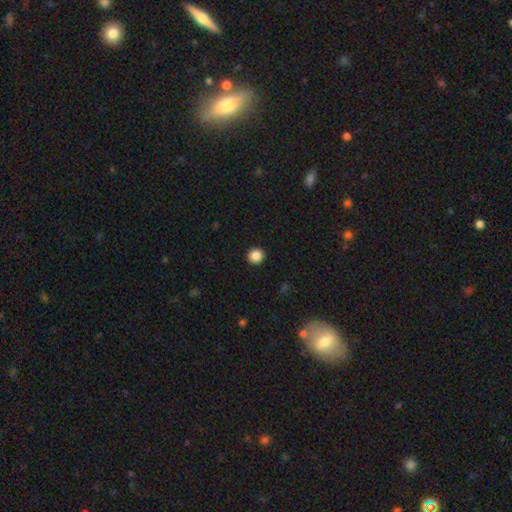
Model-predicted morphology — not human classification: Smooth or featured? smooth (87%)
How rounded? round (93%)
Merging? none (93%)